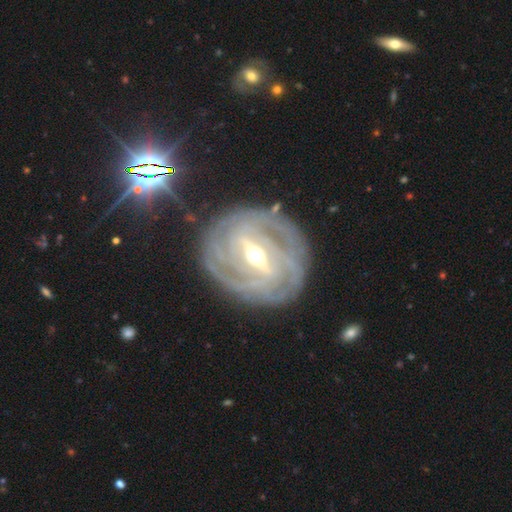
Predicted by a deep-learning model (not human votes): smooth-or-featured: featured or disk: 89% | star or artifact: 6% | smooth: 5%
  disk-edge-on: no: 94% | yes: 6%
    bar: strong: 66% | weak: 27% | no: 7%
    has-spiral-arms: yes: 96% | no: 4%
      spiral-winding: tight: 83% | medium: 14% | loose: 3%
      spiral-arm-count: can't tell: 27% | 4: 23% | 3: 20% | 2: 13% | more than 4: 10% | 1: 6%
    bulge-size: moderate: 64% | small: 31% | large: 4% | none: 1% | dominant: 1%
  merging: none: 83% | minor disturbance: 12% | major disturbance: 4% | merger: 1%